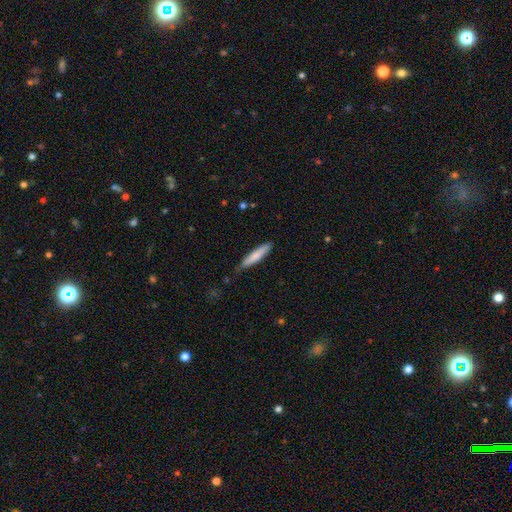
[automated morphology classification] type=smooth (76%); roundness=cigar-shaped (89%); merging=none (76%).